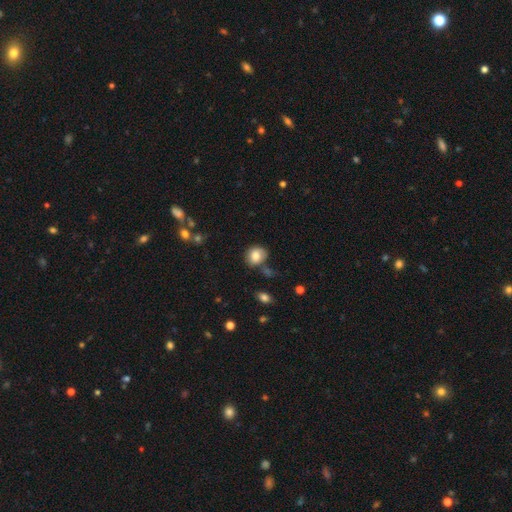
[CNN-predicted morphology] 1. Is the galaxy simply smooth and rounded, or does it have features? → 80% smooth, 10% featured or disk, 9% star or artifact.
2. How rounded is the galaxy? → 64% round, 35% in between, 1% cigar-shaped.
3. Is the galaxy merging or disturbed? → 69% none, 19% minor disturbance, 8% merger, 5% major disturbance.